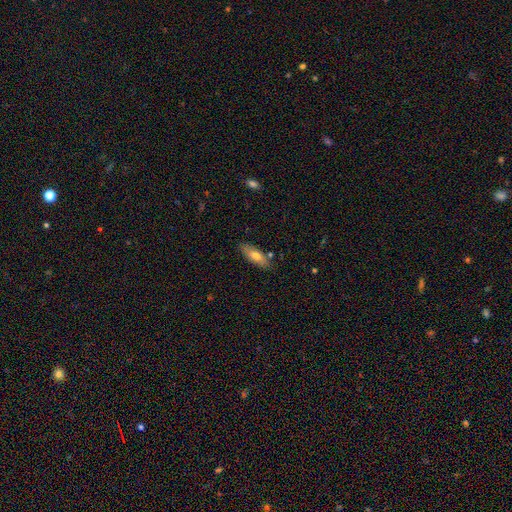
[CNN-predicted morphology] Q: Smooth or featured?
A: smooth (69%); runner-up: featured or disk (24%)
Q: How rounded?
A: in between (63%); runner-up: cigar-shaped (35%)
Q: Merging?
A: none (82%); runner-up: minor disturbance (13%)